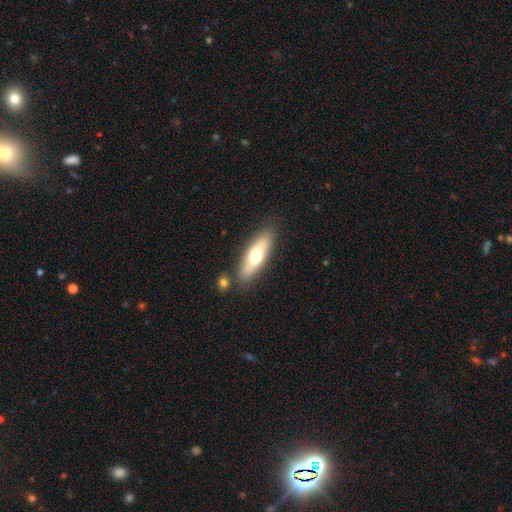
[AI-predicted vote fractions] This appears to be a smooth galaxy with no disk features (60%) that is cigar-shaped (53%). Merging: none (81%).